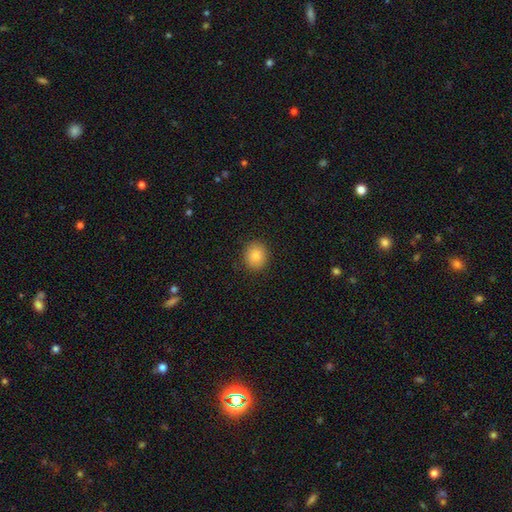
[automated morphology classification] Q: Smooth or featured?
A: smooth (85%); runner-up: star or artifact (9%)
Q: How rounded?
A: round (75%); runner-up: in between (24%)
Q: Merging?
A: none (89%); runner-up: minor disturbance (8%)